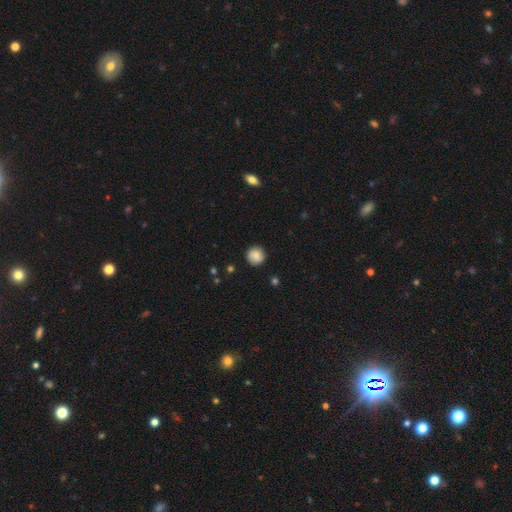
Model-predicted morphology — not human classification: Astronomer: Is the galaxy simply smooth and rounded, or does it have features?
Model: smooth — 80%.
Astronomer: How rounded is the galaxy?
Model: round — 94%.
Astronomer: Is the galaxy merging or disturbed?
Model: none — 87%.